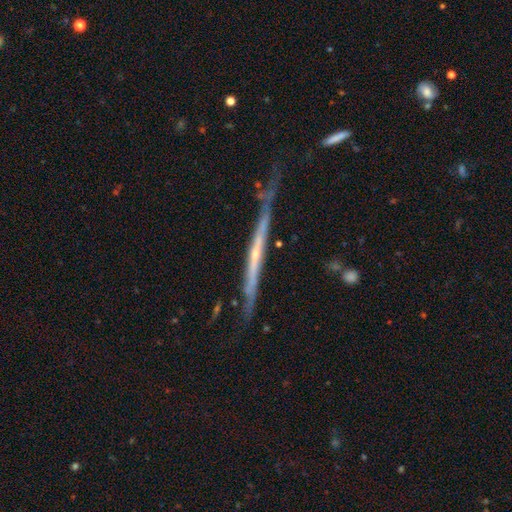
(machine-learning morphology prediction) smooth-or-featured: featured or disk: 78% | smooth: 15% | star or artifact: 6%
  disk-edge-on: yes: 95% | no: 5%
    edge-on-bulge: none: 61% | rounded: 35% | boxy: 5%
  merging: none: 66% | minor disturbance: 24% | major disturbance: 6% | merger: 3%